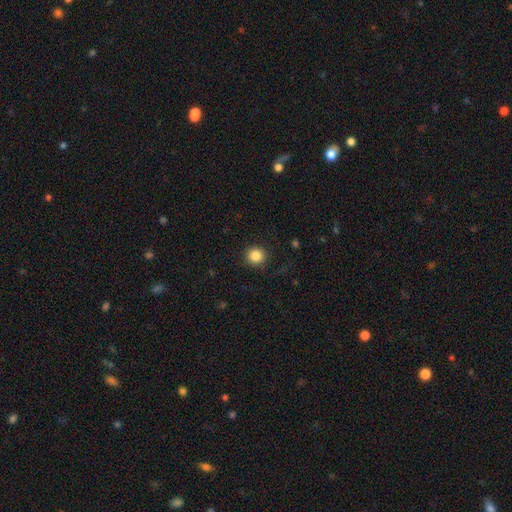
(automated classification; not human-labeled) The model was most divided on "smooth or featured": smooth: 85%, star or artifact: 11%, featured or disk: 4%. More confident: how rounded — round (94%); merging — none (89%).